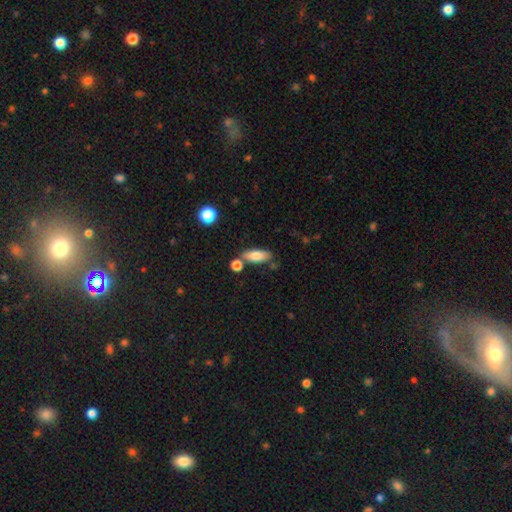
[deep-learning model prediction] This is likely a smooth galaxy (79%). How rounded: likely in between (73%). Merging: likely none (69%).